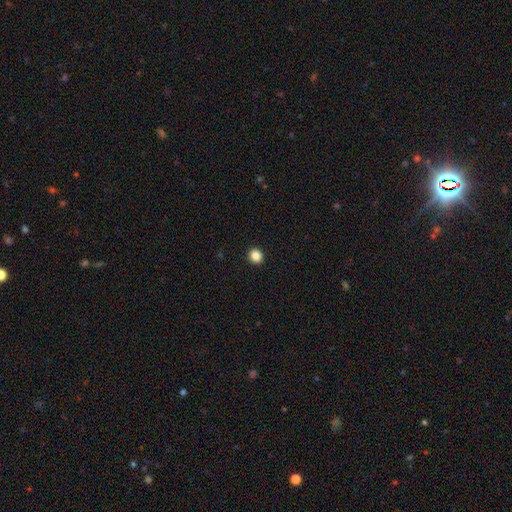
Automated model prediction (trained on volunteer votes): The model was most divided on "how rounded": round: 81%, in between: 18%, cigar-shaped: 1%. More confident: merging — none (93%); smooth or featured — smooth (86%).